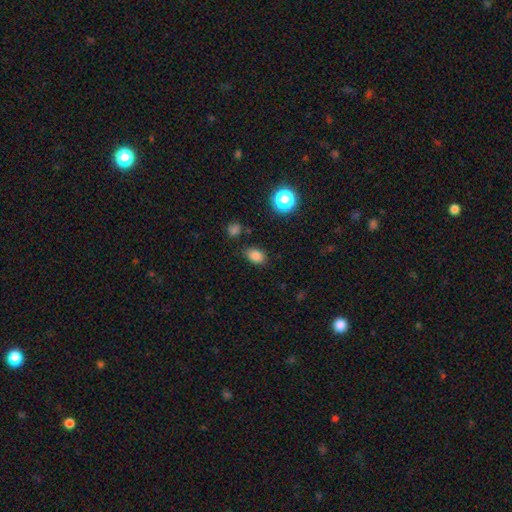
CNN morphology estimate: Overall: smooth (82%). How rounded: in between (79%). Merging: none (81%).